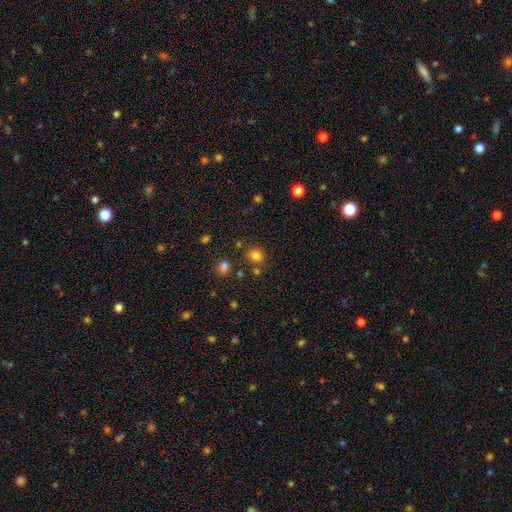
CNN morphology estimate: Q: Smooth or featured?
A: smooth (78%); runner-up: star or artifact (15%)
Q: How rounded?
A: round (75%); runner-up: in between (24%)
Q: Merging?
A: none (74%); runner-up: minor disturbance (12%)